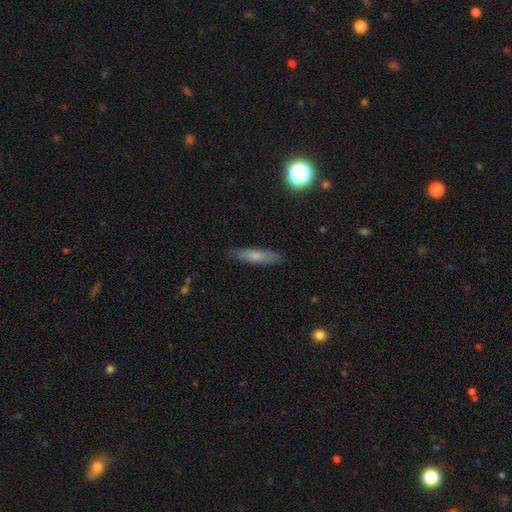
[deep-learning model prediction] Overall: smooth (69%). How rounded: cigar-shaped (79%). Merging: none (86%).